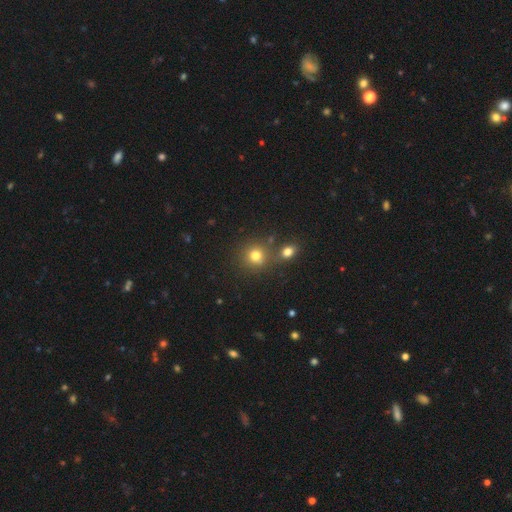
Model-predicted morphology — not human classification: Smooth or featured: smooth — 76% (star or artifact — 16%)
How rounded: round — 87% (in between — 12%)
Merging: none — 67% (merger — 20%)